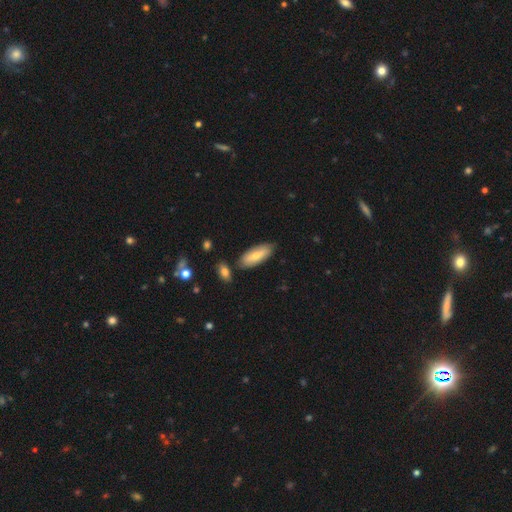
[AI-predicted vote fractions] This appears to be a smooth galaxy with no disk features (70%) that is in between round and cigar-shaped (74%). Merging: none (79%).